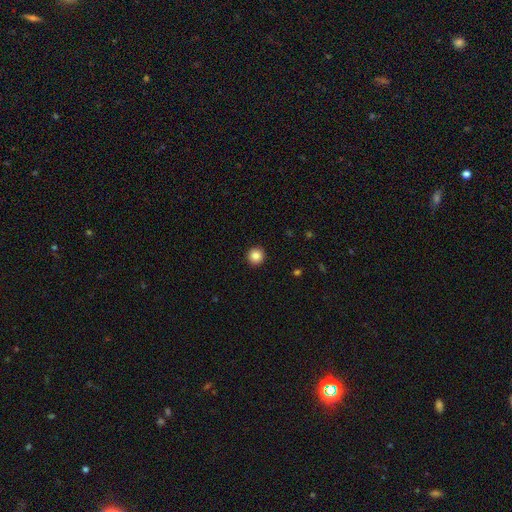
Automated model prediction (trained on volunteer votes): This is clearly a smooth galaxy (86%). How rounded: clearly round (96%). Merging: clearly none (93%).